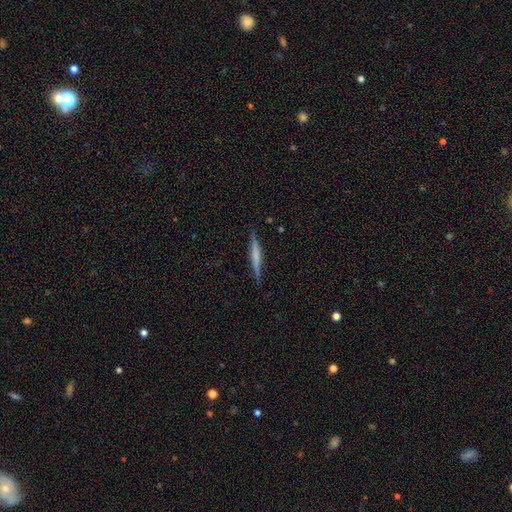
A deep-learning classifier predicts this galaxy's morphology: Smooth or featured? featured or disk (60%)
Edge-on disk? yes (98%)
Edge-on bulge? none (46%)
Merging? none (89%)